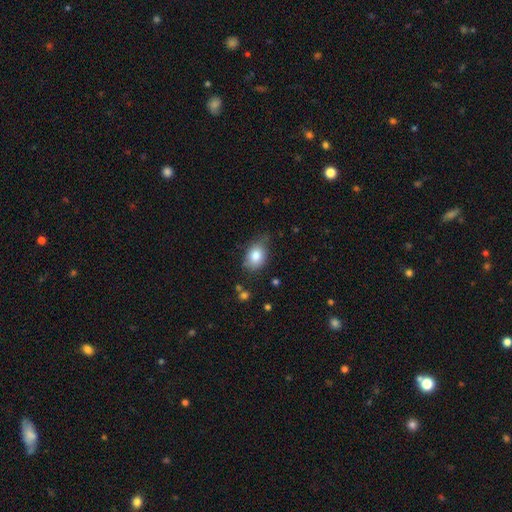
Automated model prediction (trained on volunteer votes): smooth 83%, featured or disk 9%, star or artifact 8%. Down the decision tree: how rounded — in between (75%); merging — none (63%).